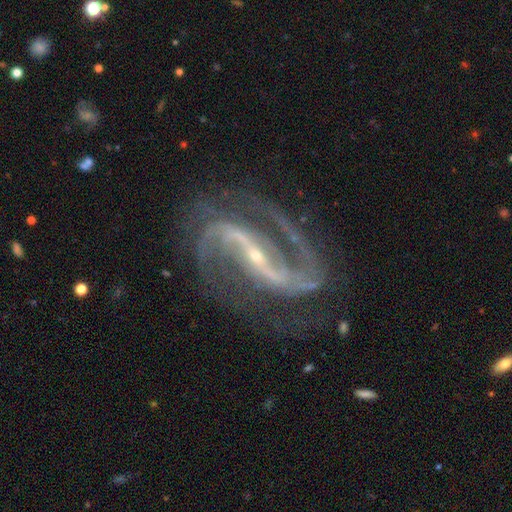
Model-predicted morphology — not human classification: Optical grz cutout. It shows a featured or disk galaxy (92%) with a strong bar (70%), 2 (91%) medium (54%) spiral arms (98%) and a small central bulge (84%). Merging: none (76%).